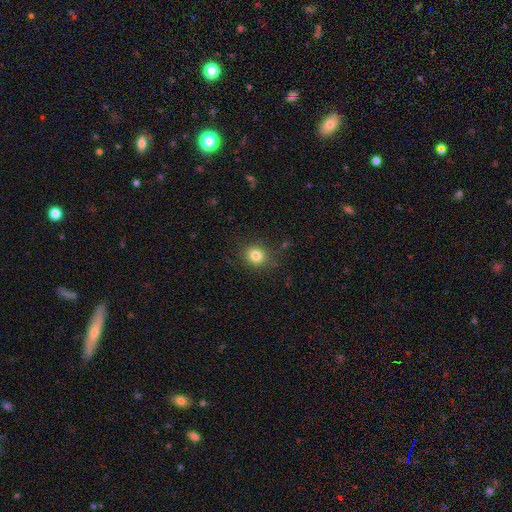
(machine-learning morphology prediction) Overall: smooth (81%). How rounded: round (80%). Merging: none (85%).